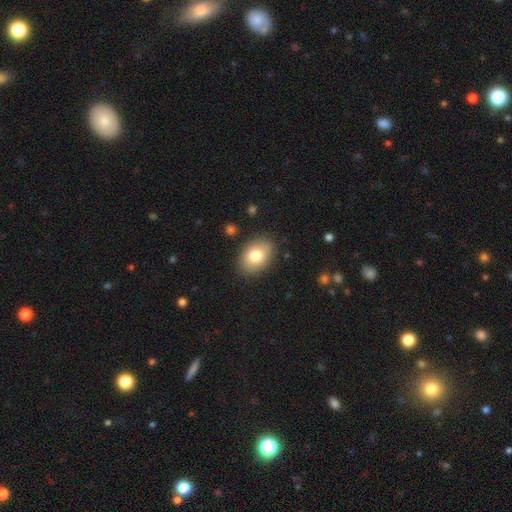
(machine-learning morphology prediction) smooth-or-featured: smooth: 79% | featured or disk: 13% | star or artifact: 8%
  how-rounded: in between: 82% | round: 17% | cigar-shaped: 1%
  merging: none: 86% | minor disturbance: 10% | major disturbance: 3% | merger: 1%